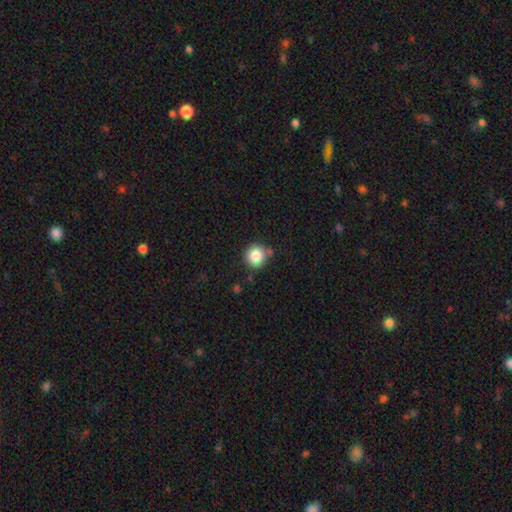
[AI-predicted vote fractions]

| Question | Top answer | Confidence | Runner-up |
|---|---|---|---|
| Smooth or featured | smooth | 84% | star or artifact (10%) |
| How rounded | round | 92% | in between (7%) |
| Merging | none | 78% | minor disturbance (12%) |